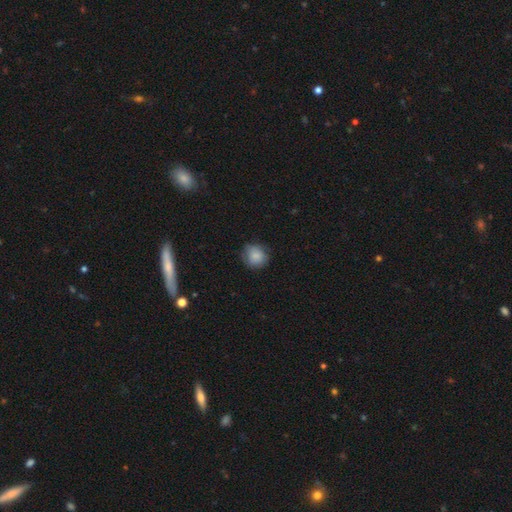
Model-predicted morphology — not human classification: smooth_or_featured: smooth (p=0.84) [alt: featured or disk p=0.08]
how_rounded: round (p=0.82) [alt: in between p=0.17]
merging: none (p=0.76) [alt: minor disturbance p=0.18]